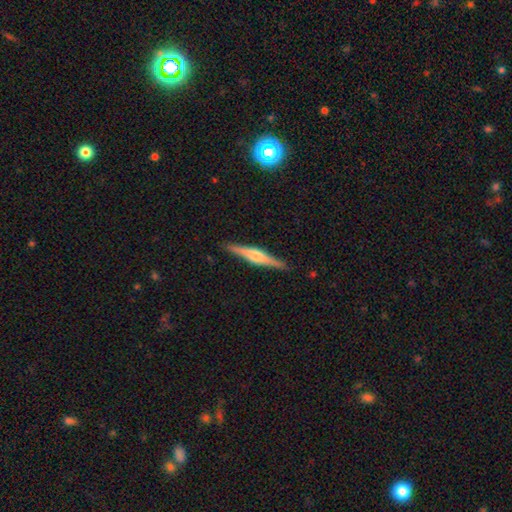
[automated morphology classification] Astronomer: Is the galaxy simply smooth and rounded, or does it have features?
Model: featured or disk — 70%.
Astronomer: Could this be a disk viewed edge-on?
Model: yes — 98%.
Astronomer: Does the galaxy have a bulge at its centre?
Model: rounded — 77%.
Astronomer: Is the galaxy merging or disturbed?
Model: none — 90%.